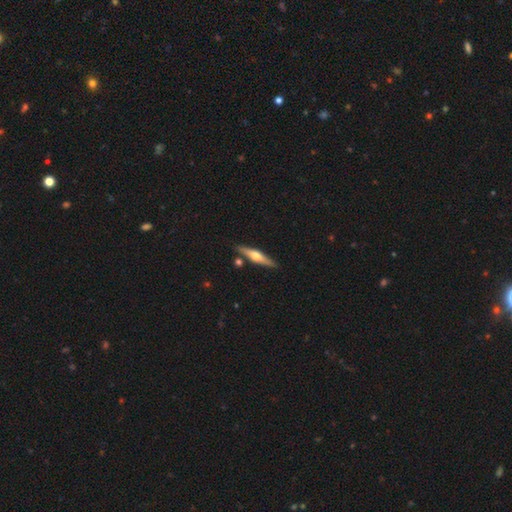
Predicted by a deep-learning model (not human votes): Q: Smooth or featured?
A: featured or disk (66%); runner-up: smooth (29%)
Q: Edge-on disk?
A: yes (96%); runner-up: no (4%)
Q: Edge-on bulge?
A: rounded (93%); runner-up: boxy (4%)
Q: Merging?
A: none (86%); runner-up: minor disturbance (8%)